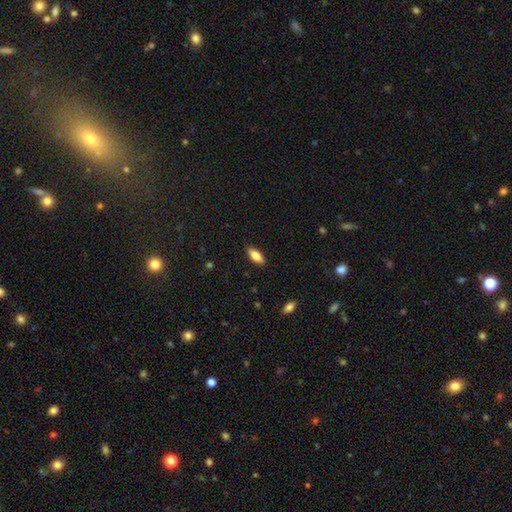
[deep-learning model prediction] Smooth or featured: smooth — 74% (featured or disk — 19%)
How rounded: in between — 74% (cigar-shaped — 23%)
Merging: none — 87% (minor disturbance — 10%)